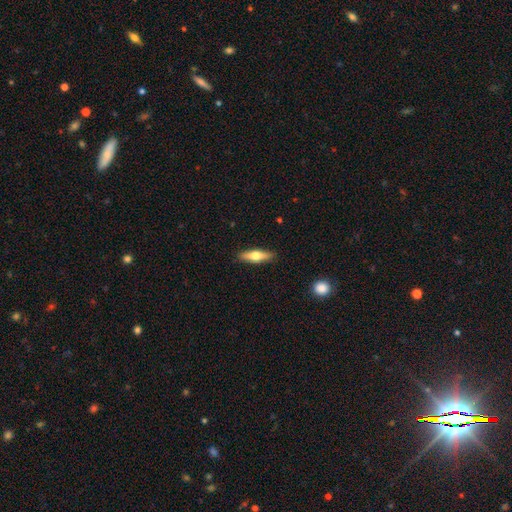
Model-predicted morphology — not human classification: The model was most divided on "smooth or featured": smooth: 49%, featured or disk: 45%, star or artifact: 6%. More confident: merging — none (89%).